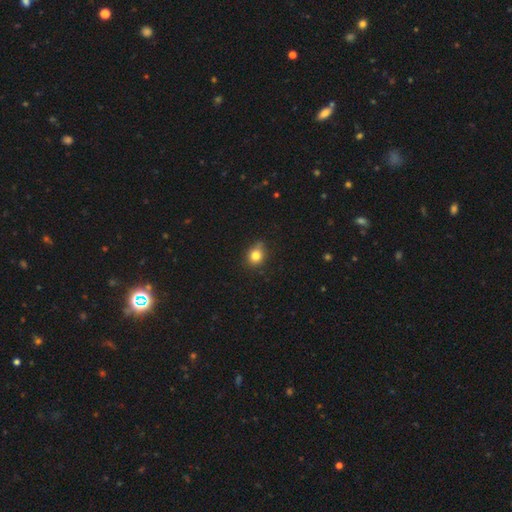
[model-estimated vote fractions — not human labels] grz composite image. It shows a smooth galaxy with no disk features (81%) that is round (74%). Merging: none (72%).